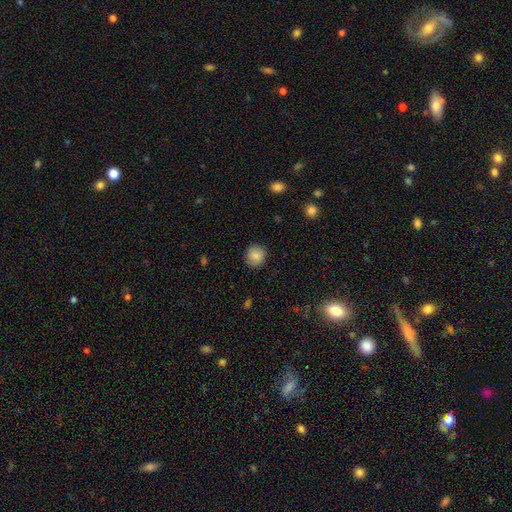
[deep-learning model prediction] Smooth or featured: smooth — 85% (star or artifact — 8%)
How rounded: round — 85% (in between — 14%)
Merging: none — 87% (minor disturbance — 9%)